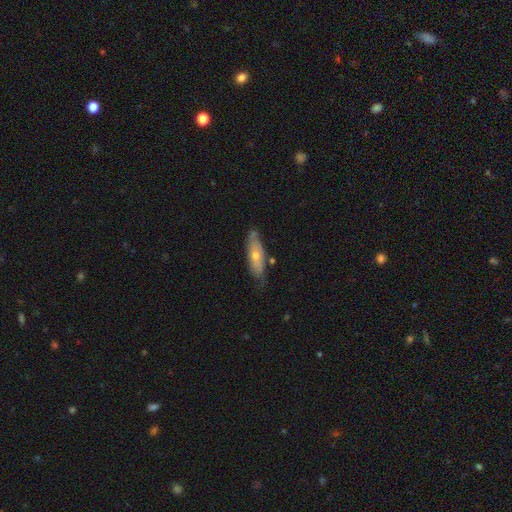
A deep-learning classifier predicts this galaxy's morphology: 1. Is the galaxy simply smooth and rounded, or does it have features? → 51% featured or disk, 43% smooth, 7% star or artifact.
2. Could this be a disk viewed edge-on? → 57% no, 43% yes.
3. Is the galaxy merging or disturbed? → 70% none, 22% minor disturbance, 4% major disturbance, 3% merger.